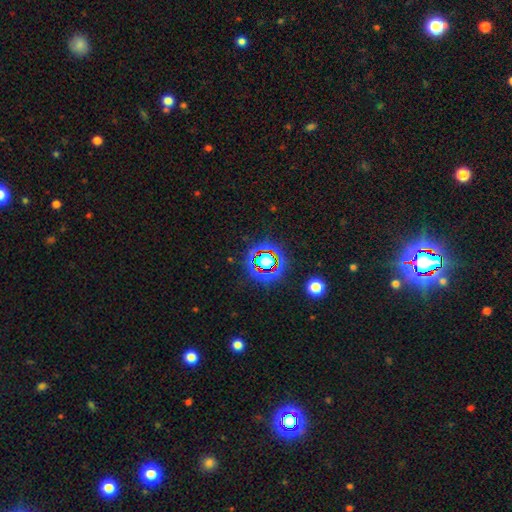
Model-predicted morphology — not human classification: This is likely a star or artifact rather than a galaxy (78%).